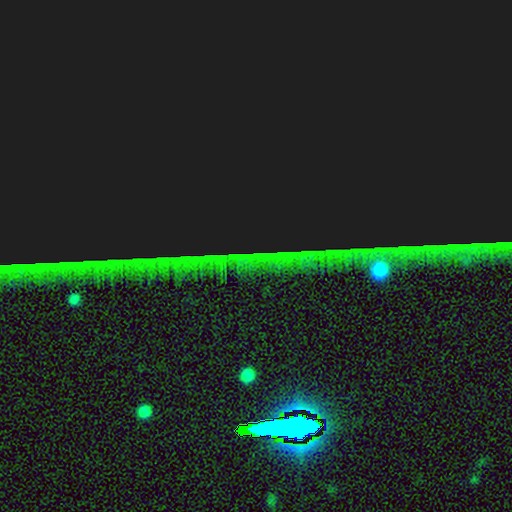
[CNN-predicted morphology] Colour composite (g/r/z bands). It shows a star or artifact, not a galaxy (85%).